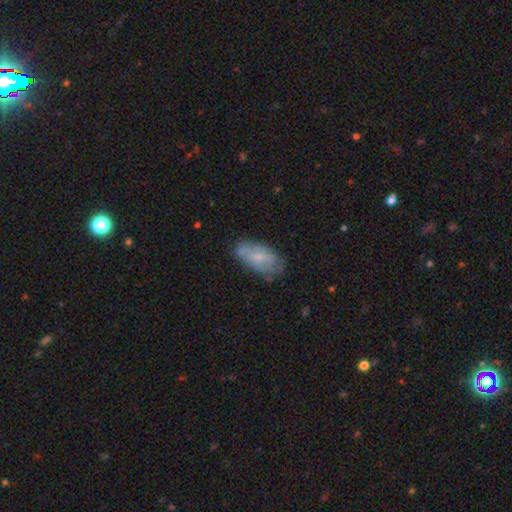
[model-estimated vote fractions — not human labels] Smooth or featured? Predicted: smooth (p=0.49). Merging? Predicted: none (p=0.70).